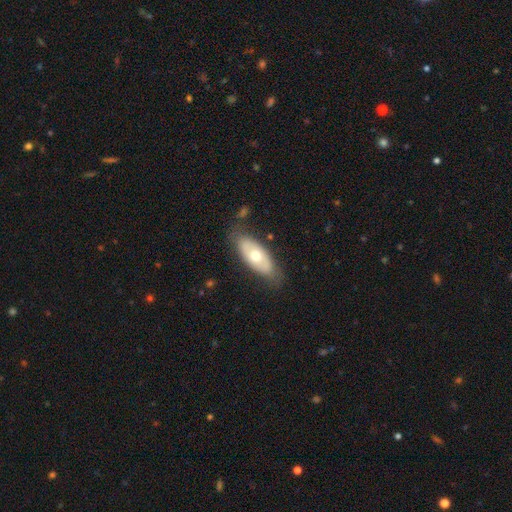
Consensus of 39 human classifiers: A smooth galaxy with no disk features (62%) that is in between round and cigar-shaped (79%).

Vote fractions:
- Smooth or featured? smooth: 62% / featured or disk: 28% / star or artifact: 10%
- How rounded? in between: 79% / cigar-shaped: 17% / round: 4%
- Merging? none: 83% / minor disturbance: 14% / merger: 3% / major disturbance: 0%